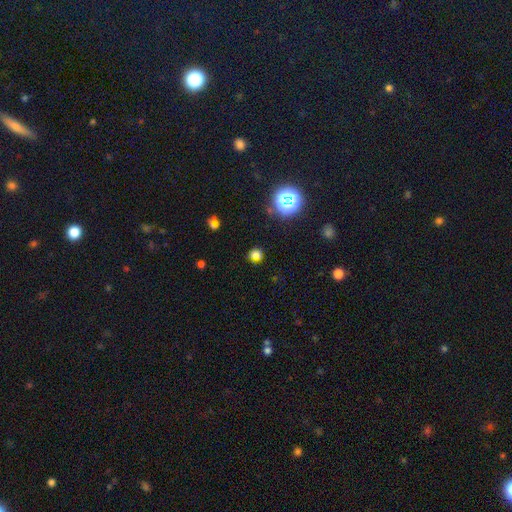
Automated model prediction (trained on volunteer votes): A smooth galaxy with no disk features (67%) that is round (82%).

Vote fractions:
- Smooth or featured? smooth: 67% / star or artifact: 28% / featured or disk: 5%
- How rounded? round: 82% / in between: 17% / cigar-shaped: 1%
- Merging? none: 83% / minor disturbance: 10% / major disturbance: 4% / merger: 3%